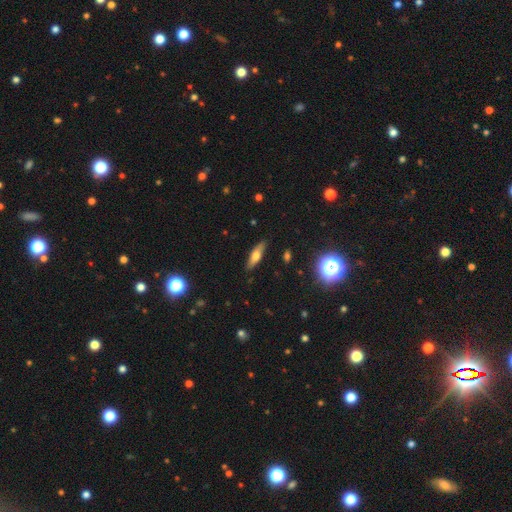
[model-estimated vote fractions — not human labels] This appears to be a smooth galaxy with no disk features (58%) that is cigar-shaped (55%). Merging: none (85%).